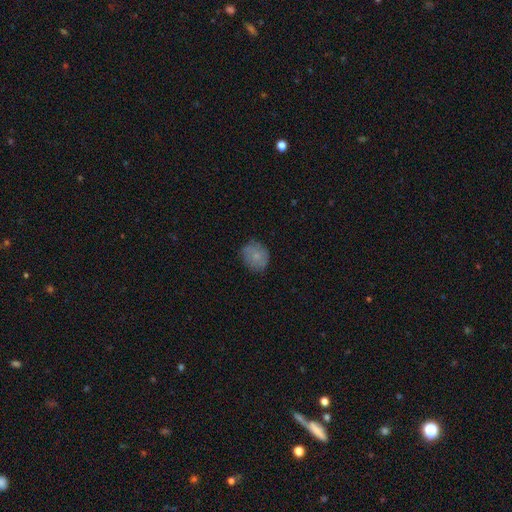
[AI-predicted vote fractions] Overall: smooth (77%). How rounded: round (64%; in between 35%). Merging: none (78%).